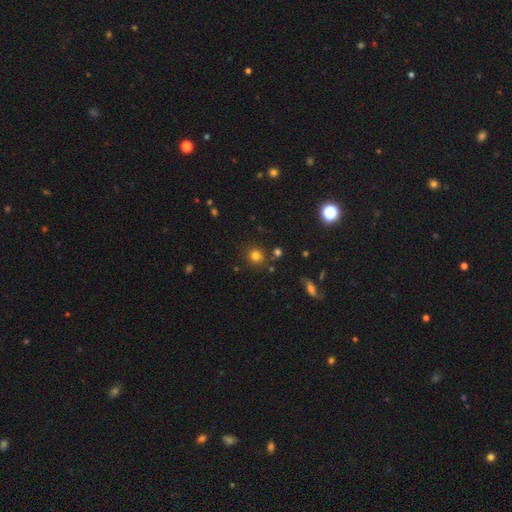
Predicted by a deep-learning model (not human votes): Smooth or featured? Predicted: smooth (p=0.77). How rounded? Predicted: round (p=0.87). Merging? Predicted: none (p=0.82).